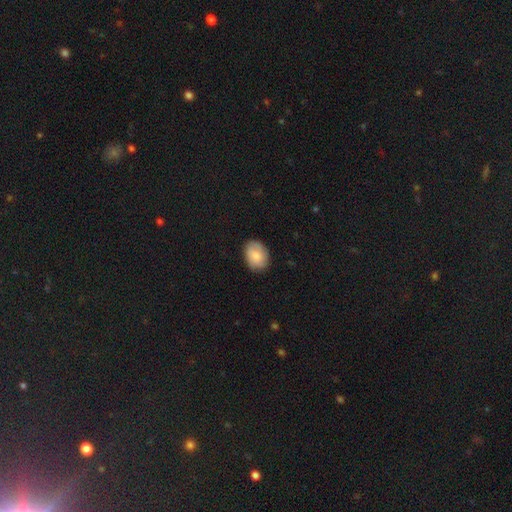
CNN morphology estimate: smooth-or-featured: smooth: 81% | featured or disk: 13% | star or artifact: 6%
  how-rounded: in between: 68% | round: 31% | cigar-shaped: 1%
  merging: none: 81% | minor disturbance: 15% | major disturbance: 3% | merger: 1%